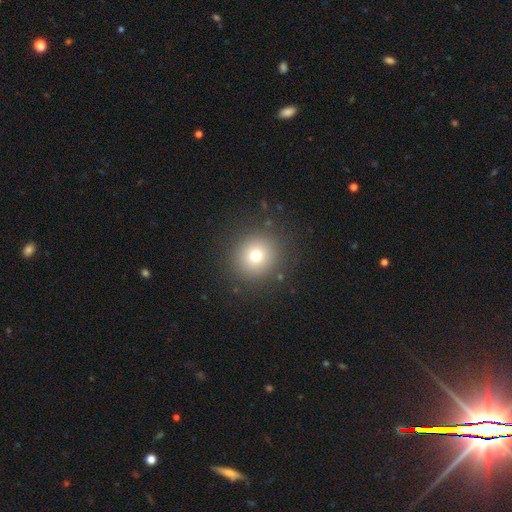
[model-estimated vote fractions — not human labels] This is likely a smooth galaxy (74%). How rounded: clearly round (92%). Merging: clearly none (89%).